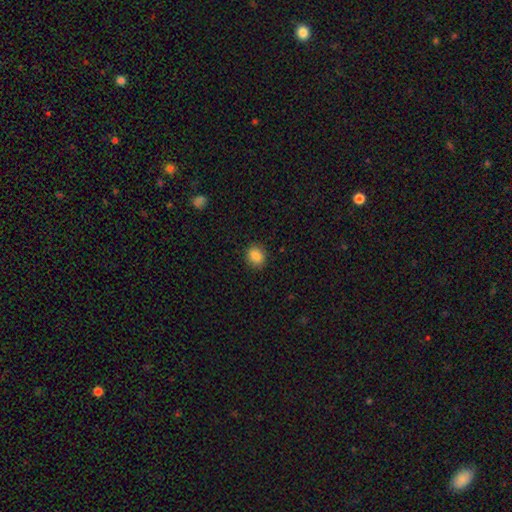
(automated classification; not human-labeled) A smooth galaxy with no disk features (86%) that is round (69%). Merging: none (89%).